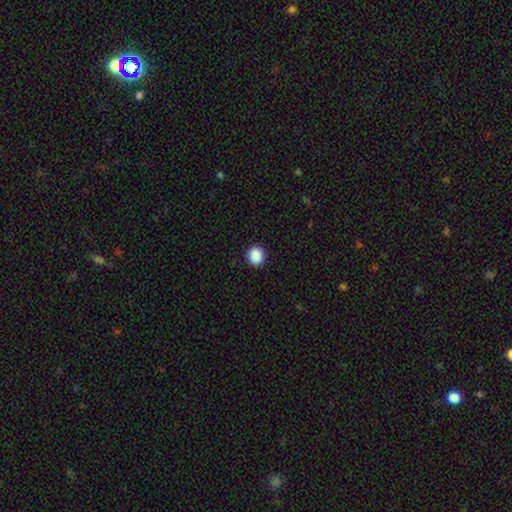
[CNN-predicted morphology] Smooth or featured: smooth — 89% (star or artifact — 9%)
How rounded: round — 85% (in between — 14%)
Merging: none — 92% (minor disturbance — 5%)